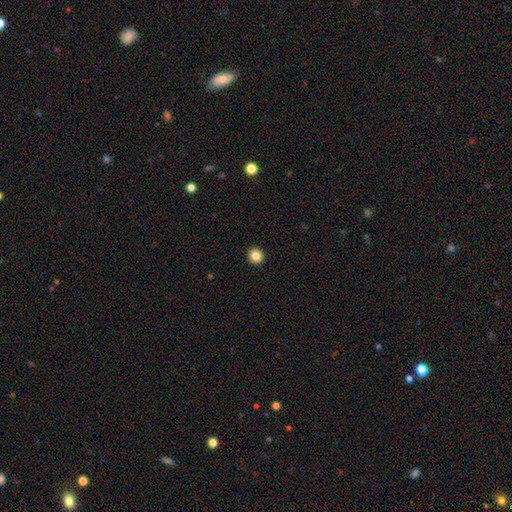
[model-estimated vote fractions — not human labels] Smooth or featured?
  - smooth: 85% *
  - star or artifact: 11%
  - featured or disk: 5%
How rounded?
  - round: 92% *
  - in between: 7%
  - cigar-shaped: 1%
Merging?
  - none: 94% *
  - minor disturbance: 4%
  - major disturbance: 1%
  - merger: 1%